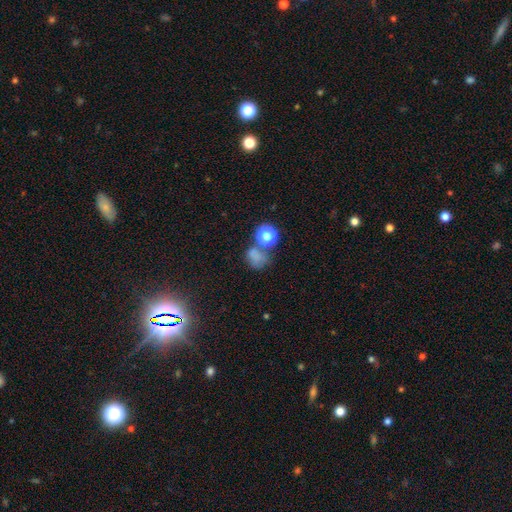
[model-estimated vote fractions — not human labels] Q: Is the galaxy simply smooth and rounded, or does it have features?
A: smooth — 66%.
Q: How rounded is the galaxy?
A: round — 63%.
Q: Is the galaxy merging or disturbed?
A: none — 43%.